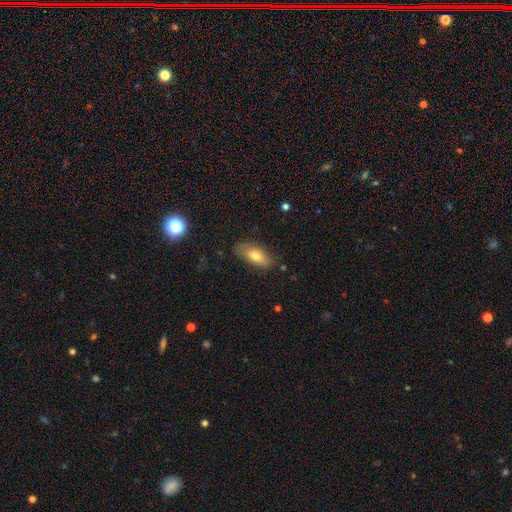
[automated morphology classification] A smooth galaxy with no disk features (74%) that is in between round and cigar-shaped (82%). Merging: none (79%).